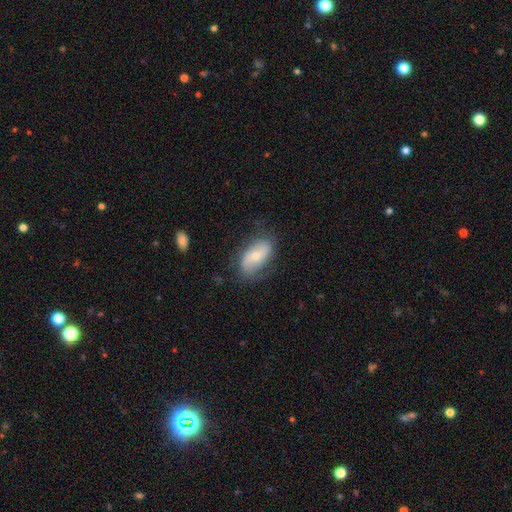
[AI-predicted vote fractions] Smooth or featured?
  - featured or disk: 51% *
  - smooth: 41%
  - star or artifact: 8%
Edge-on disk?
  - no: 91% *
  - yes: 9%
Merging?
  - none: 69% *
  - minor disturbance: 22%
  - major disturbance: 8%
  - merger: 1%